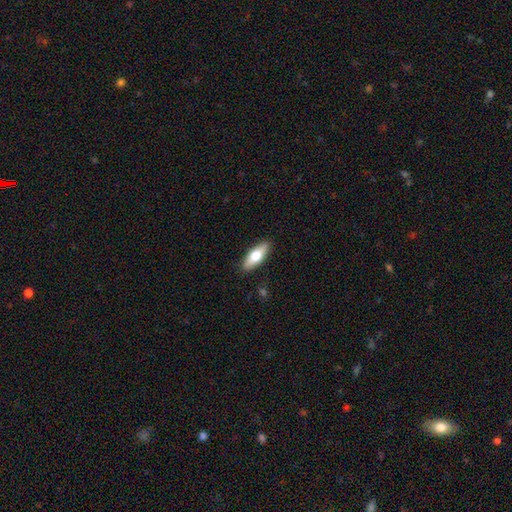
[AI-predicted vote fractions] The model was most divided on "how rounded": in between: 67%, cigar-shaped: 30%, round: 2%. More confident: merging — none (89%); smooth or featured — smooth (66%).